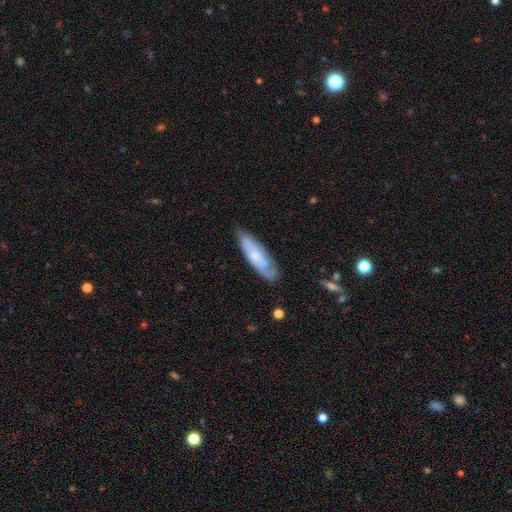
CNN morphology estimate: A smooth galaxy with no disk features (51%) that is cigar-shaped (55%).

Vote fractions:
- Smooth or featured? smooth: 51% / featured or disk: 42% / star or artifact: 6%
- How rounded? cigar-shaped: 55% / in between: 43% / round: 2%
- Merging? none: 73% / minor disturbance: 21% / major disturbance: 4% / merger: 2%